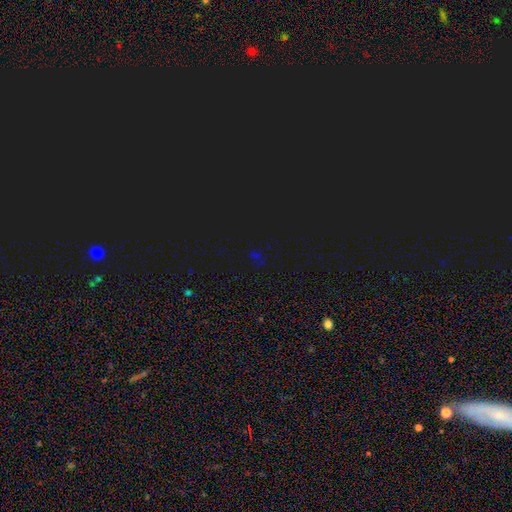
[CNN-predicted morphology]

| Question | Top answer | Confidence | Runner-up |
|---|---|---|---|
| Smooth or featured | star or artifact | 73% | smooth (20%) |